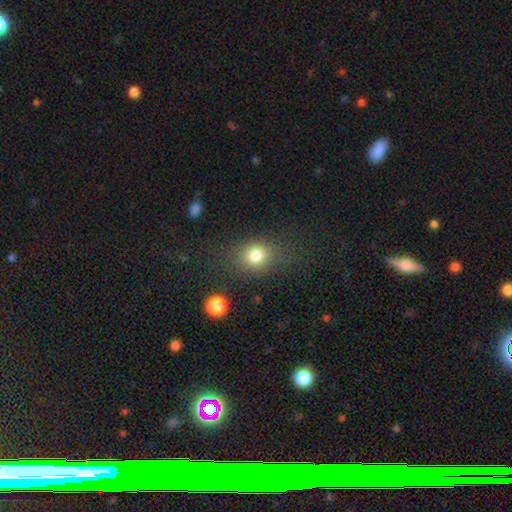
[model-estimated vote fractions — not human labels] This is likely a smooth galaxy (80%). How rounded: possibly round (54%). Merging: likely none (76%).